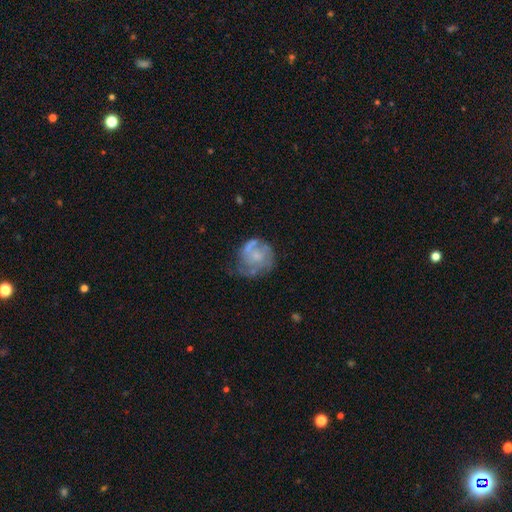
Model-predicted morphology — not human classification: Q: Smooth or featured?
A: featured or disk (61%); runner-up: smooth (31%)
Q: Edge-on disk?
A: no (98%); runner-up: yes (2%)
Q: Bar?
A: no (77%); runner-up: weak (20%)
Q: Spiral arms?
A: yes (66%); runner-up: no (34%)
Q: Bulge size?
A: none (38%); runner-up: small (30%)
Q: Merging?
A: none (46%); runner-up: minor disturbance (27%)